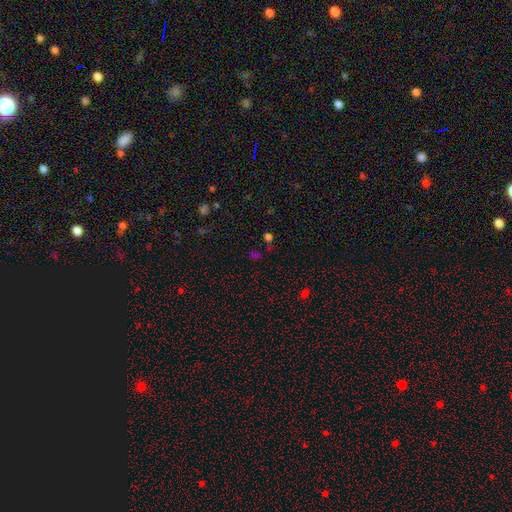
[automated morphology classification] A smooth galaxy with no disk features (49%).

Vote fractions:
- Smooth or featured? smooth: 49% / star or artifact: 45% / featured or disk: 7%
- Merging? none: 64% / minor disturbance: 15% / merger: 11% / major disturbance: 9%